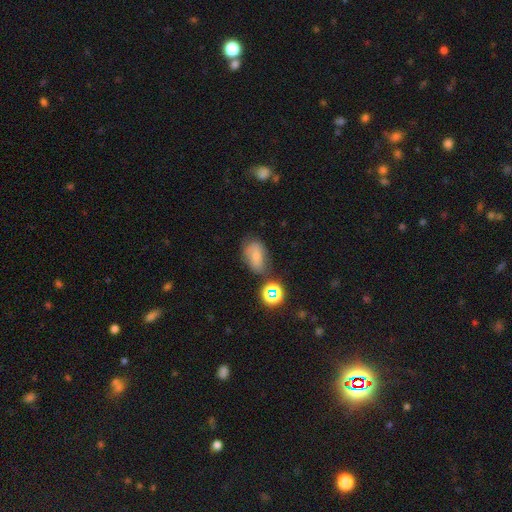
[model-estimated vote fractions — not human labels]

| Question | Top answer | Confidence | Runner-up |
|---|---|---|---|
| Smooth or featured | smooth | 60% | featured or disk (22%) |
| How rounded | in between | 80% | round (18%) |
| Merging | none | 55% | minor disturbance (26%) |